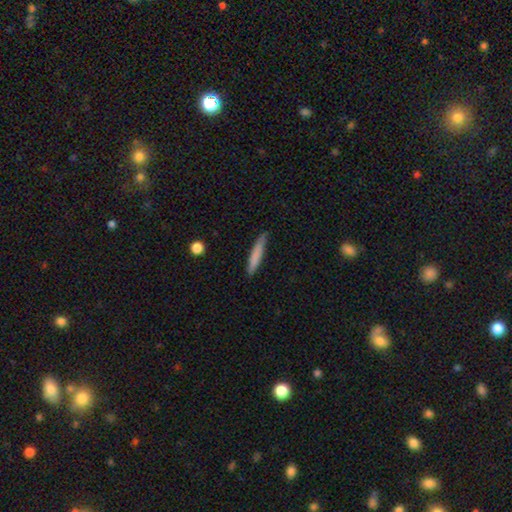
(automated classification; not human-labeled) smooth_or_featured: smooth (p=0.77) [alt: featured or disk p=0.17]
how_rounded: cigar-shaped (p=0.92) [alt: in between p=0.06]
merging: none (p=0.81) [alt: minor disturbance p=0.15]